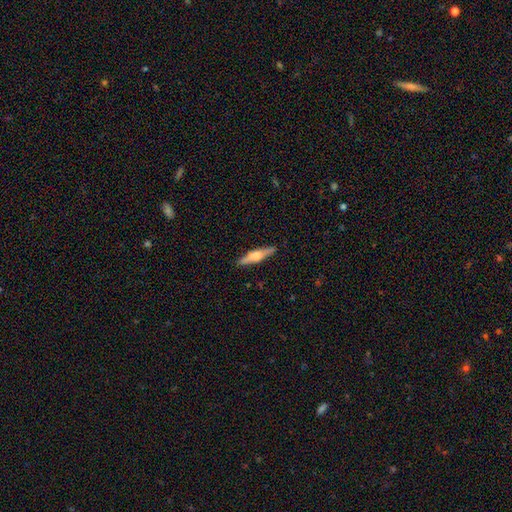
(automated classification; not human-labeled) This appears to be a featured or disk galaxy (60%) viewed edge-on (96%) with a rounded central bulge (82%). Merging: none (88%).